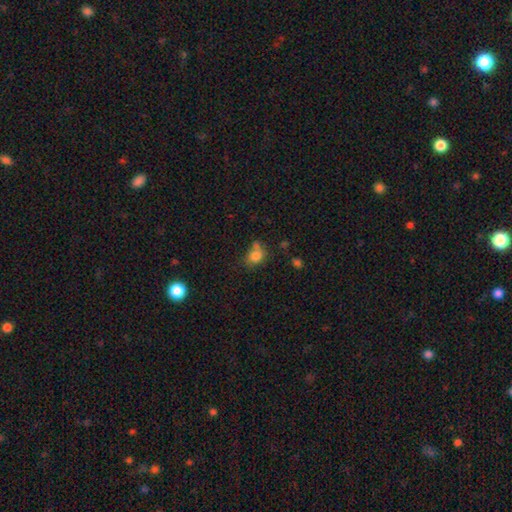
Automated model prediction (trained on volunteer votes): Q: Smooth or featured?
A: smooth (79%); runner-up: star or artifact (12%)
Q: How rounded?
A: round (54%); runner-up: in between (45%)
Q: Merging?
A: none (48%); runner-up: minor disturbance (23%)